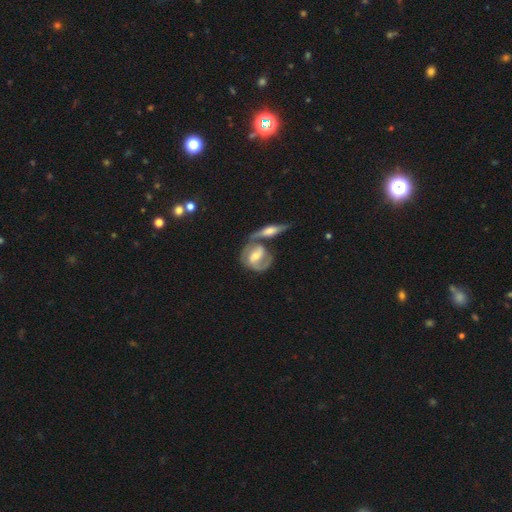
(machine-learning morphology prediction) smooth-or-featured: featured or disk: 74% | smooth: 21% | star or artifact: 5%
  disk-edge-on: no: 91% | yes: 9%
    bar: weak: 44% | strong: 31% | no: 25%
    has-spiral-arms: yes: 81% | no: 19%
      spiral-winding: tight: 46% | medium: 41% | loose: 13%
      spiral-arm-count: 2: 67% | can't tell: 17% | 1: 11% | 3: 3% | 4: 1% | more than 4: 1%
    bulge-size: moderate: 58% | small: 31% | large: 7% | none: 2% | dominant: 1%
  merging: merger: 44% | none: 36% | minor disturbance: 13% | major disturbance: 8%